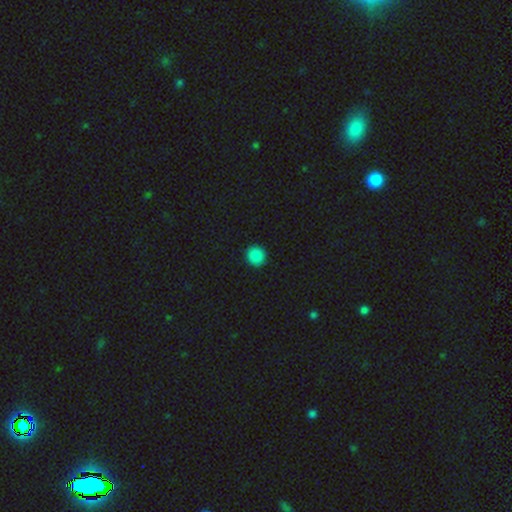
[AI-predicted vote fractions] A smooth galaxy with no disk features (87%) that is round (93%).

Vote fractions:
- Smooth or featured? smooth: 87% / star or artifact: 10% / featured or disk: 2%
- How rounded? round: 93% / in between: 6% / cigar-shaped: 1%
- Merging? none: 93% / minor disturbance: 5% / major disturbance: 2% / merger: 1%